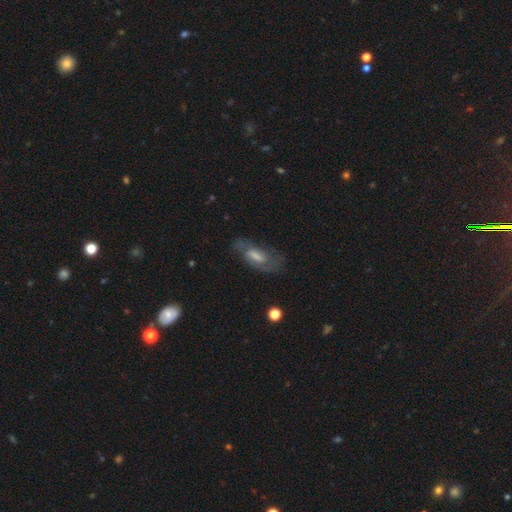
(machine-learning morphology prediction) The model was most divided on "bar": weak: 49%, no: 36%, strong: 15%. Remaining: edge-on disk — no (88%); spiral arms — yes (78%); merging — none (65%); smooth or featured — featured or disk (62%); bulge size — moderate (46%).